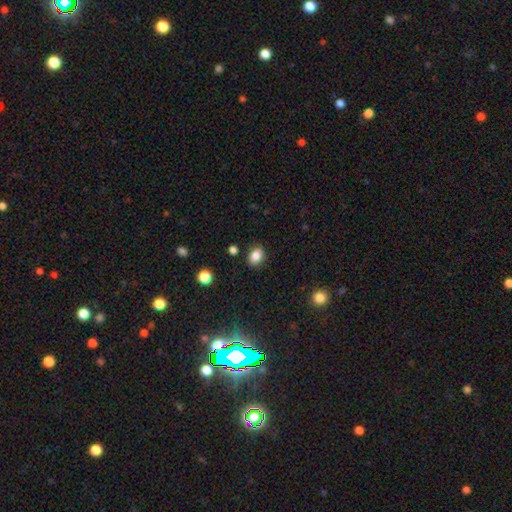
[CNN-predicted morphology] Smooth or featured: smooth — 84% (star or artifact — 10%)
How rounded: in between — 60% (round — 39%)
Merging: none — 86% (minor disturbance — 9%)